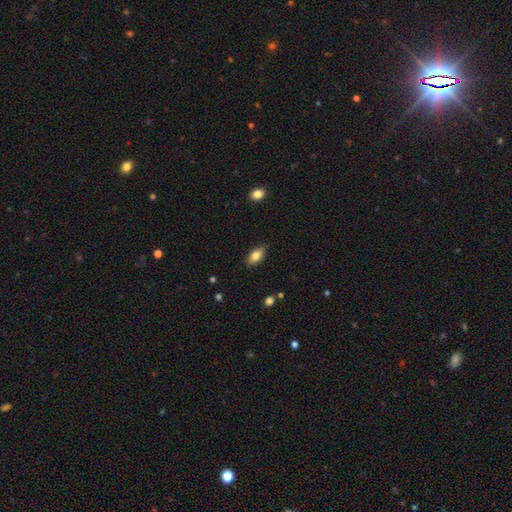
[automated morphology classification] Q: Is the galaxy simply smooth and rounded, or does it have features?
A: smooth — 78%.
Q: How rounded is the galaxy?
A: in between — 87%.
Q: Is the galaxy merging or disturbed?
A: none — 86%.